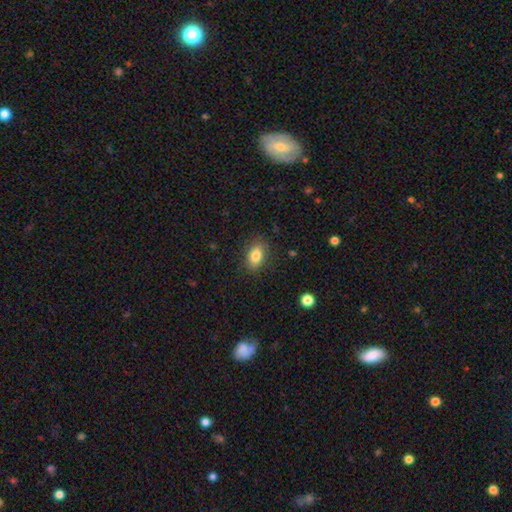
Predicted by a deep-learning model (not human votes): This appears to be a smooth galaxy with no disk features (84%) that is in between round and cigar-shaped (87%). Merging: none (85%).